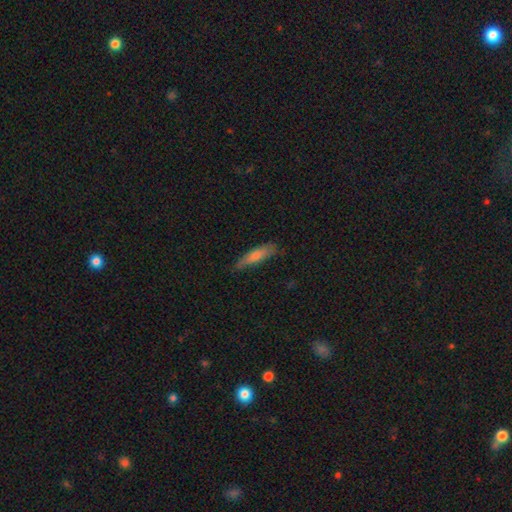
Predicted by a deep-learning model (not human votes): smooth_or_featured: smooth (p=0.65) [alt: featured or disk p=0.28]
how_rounded: cigar-shaped (p=0.77) [alt: in between p=0.21]
merging: none (p=0.77) [alt: minor disturbance p=0.18]